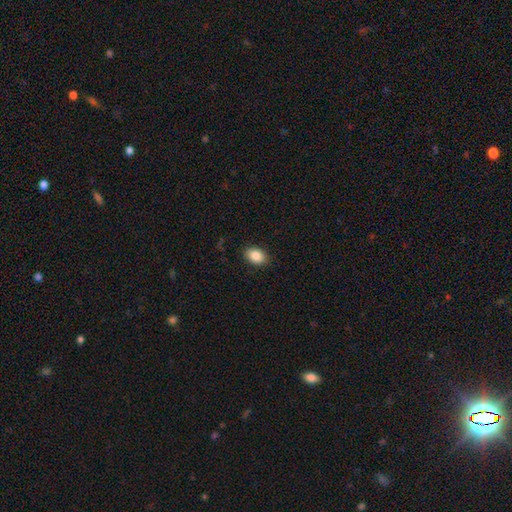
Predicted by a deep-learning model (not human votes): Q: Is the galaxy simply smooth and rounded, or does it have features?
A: smooth — 88%.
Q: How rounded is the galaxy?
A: in between — 81%.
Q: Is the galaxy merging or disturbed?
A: none — 88%.